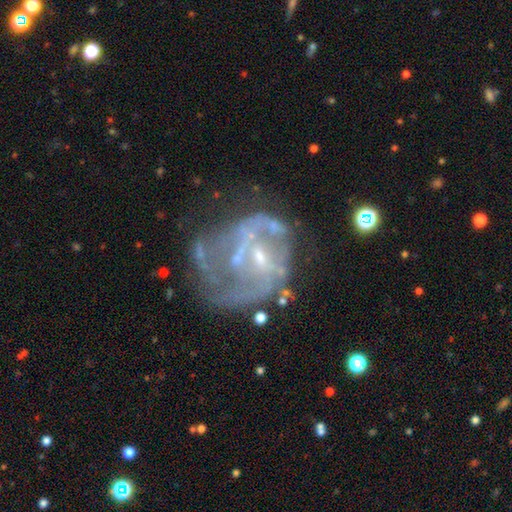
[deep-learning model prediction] Overall: featured or disk (77%). Edge-on disk: no (98%). Bar: no (50%; weak 39%). Spiral arms: yes (58%; no 42%). Bulge size: small (62%). Merging: none (37%; major disturbance 34%).